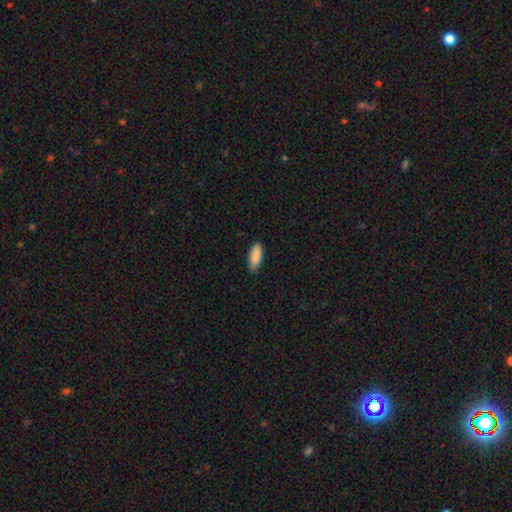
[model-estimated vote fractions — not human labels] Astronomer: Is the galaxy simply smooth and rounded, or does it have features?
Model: smooth — 89%.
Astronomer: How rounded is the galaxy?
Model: in between — 75%.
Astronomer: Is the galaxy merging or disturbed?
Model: none — 82%.